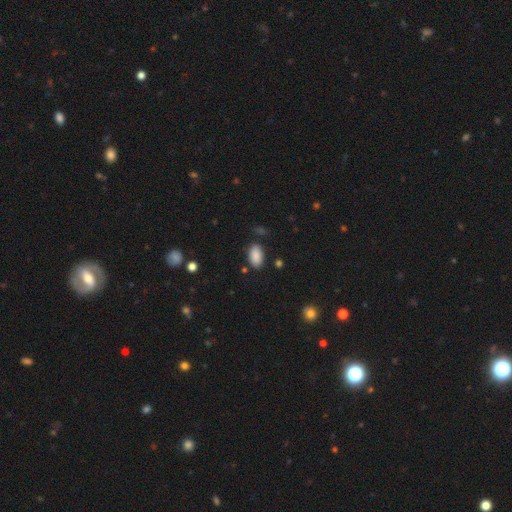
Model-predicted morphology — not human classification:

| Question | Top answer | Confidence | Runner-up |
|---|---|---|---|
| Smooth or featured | smooth | 88% | star or artifact (8%) |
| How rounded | in between | 94% | round (4%) |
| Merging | none | 82% | minor disturbance (12%) |